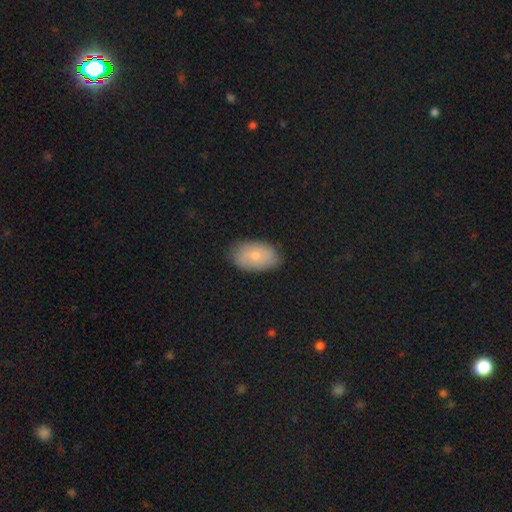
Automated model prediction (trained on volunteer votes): Overall: smooth (75%). How rounded: in between (93%). Merging: none (79%).